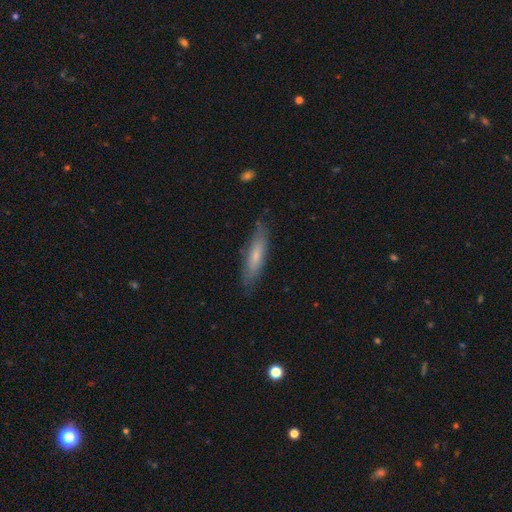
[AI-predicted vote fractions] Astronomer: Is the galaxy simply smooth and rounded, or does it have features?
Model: smooth — 63%.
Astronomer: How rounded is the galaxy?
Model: cigar-shaped — 73%.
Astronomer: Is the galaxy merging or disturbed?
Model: none — 79%.